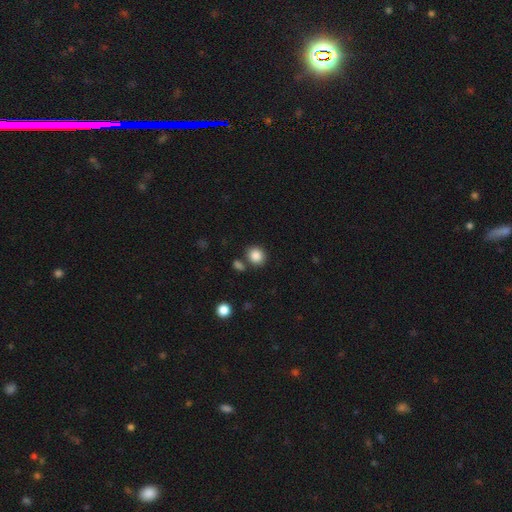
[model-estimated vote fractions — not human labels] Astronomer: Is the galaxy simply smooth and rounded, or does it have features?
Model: smooth — 86%.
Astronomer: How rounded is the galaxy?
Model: round — 78%.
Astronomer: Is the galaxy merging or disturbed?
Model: none — 76%.